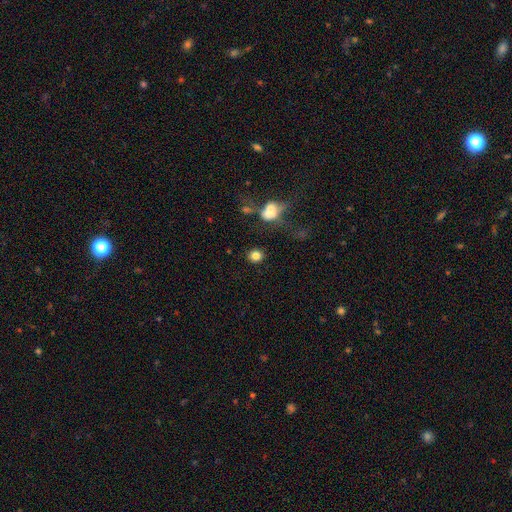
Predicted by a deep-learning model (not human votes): Smooth or featured? Predicted: smooth (p=0.81). How rounded? Predicted: round (p=0.81). Merging? Predicted: none (p=0.83).